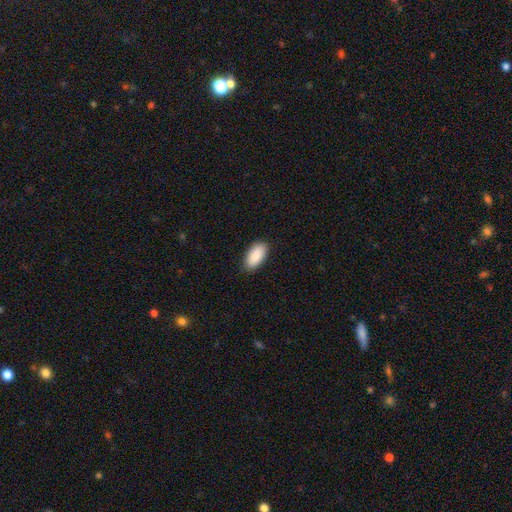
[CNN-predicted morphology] type=smooth (91%); roundness=in between (94%); merging=none (88%).